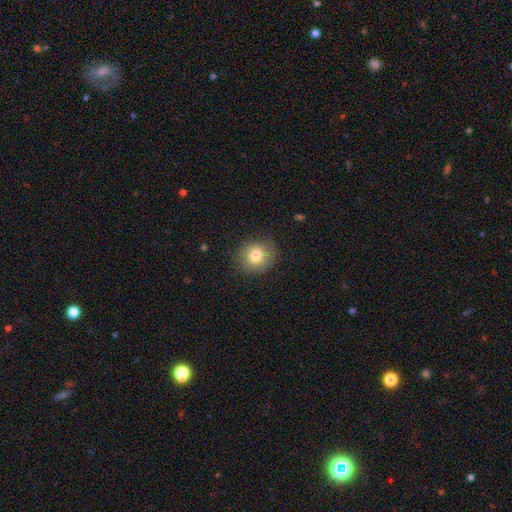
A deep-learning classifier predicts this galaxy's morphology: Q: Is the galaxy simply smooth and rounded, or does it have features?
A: smooth — 79%.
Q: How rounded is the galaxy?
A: round — 85%.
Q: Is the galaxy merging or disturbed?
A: none — 81%.